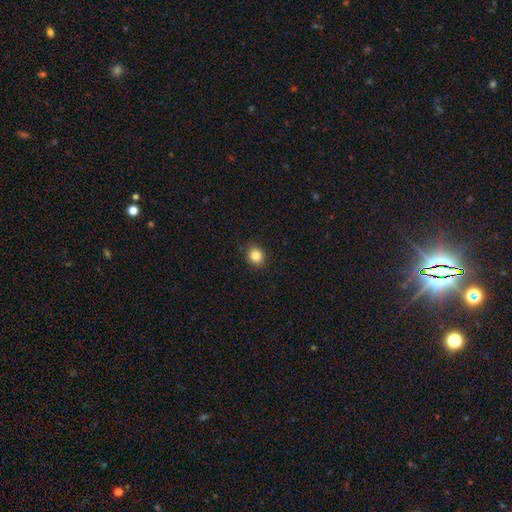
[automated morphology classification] Smooth or featured? smooth (84%)
How rounded? round (78%)
Merging? none (90%)